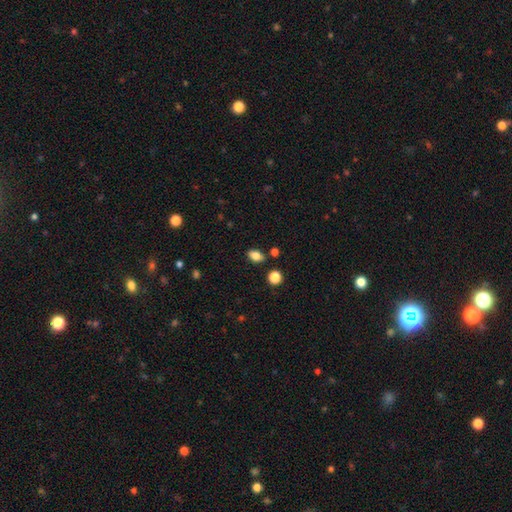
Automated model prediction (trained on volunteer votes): smooth 83%, star or artifact 10%, featured or disk 7%. Down the decision tree: how rounded — in between (83%); merging — none (84%).